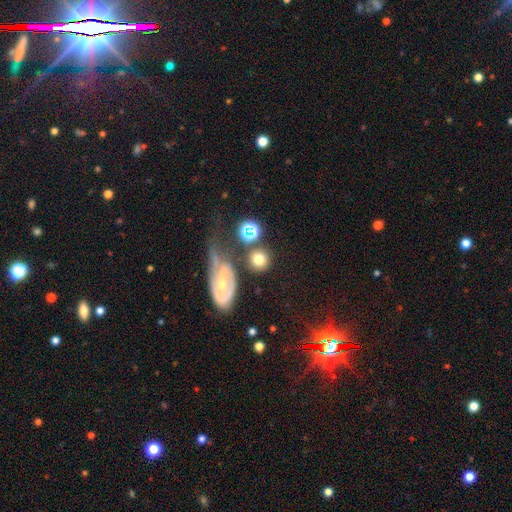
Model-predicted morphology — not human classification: This appears to be a smooth galaxy with no disk features (44%). Merging: none (55%).